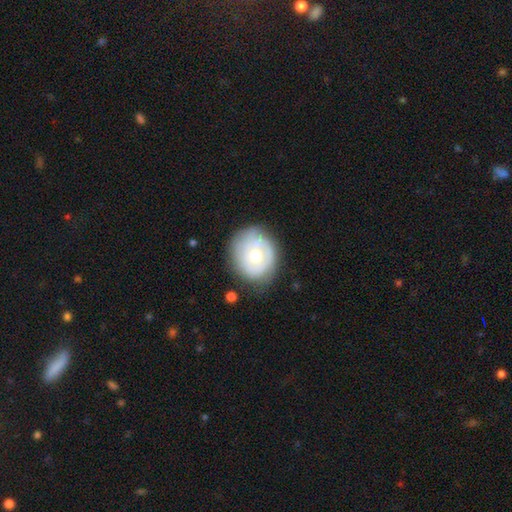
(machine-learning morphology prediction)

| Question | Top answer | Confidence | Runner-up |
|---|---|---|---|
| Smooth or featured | featured or disk | 53% | smooth (41%) |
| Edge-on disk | no | 96% | yes (4%) |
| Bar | no | 85% | weak (12%) |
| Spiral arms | no | 54% | yes (46%) |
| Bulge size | moderate | 76% | small (14%) |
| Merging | none | 69% | minor disturbance (22%) |